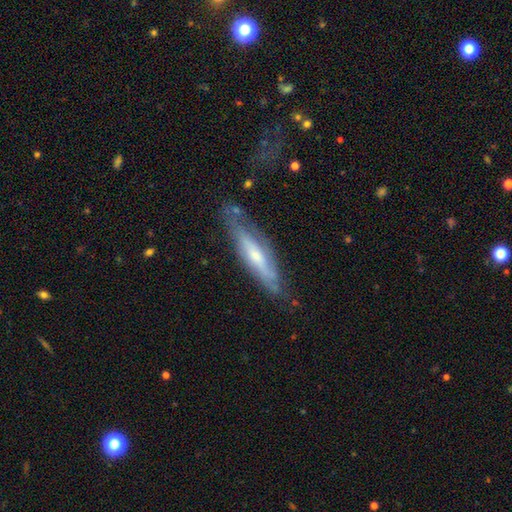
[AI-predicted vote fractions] smooth_or_featured: featured or disk (p=0.63) [alt: smooth p=0.30]
disk_edge_on: yes (p=0.57) [alt: no p=0.43]
merging: none (p=0.64) [alt: minor disturbance p=0.24]